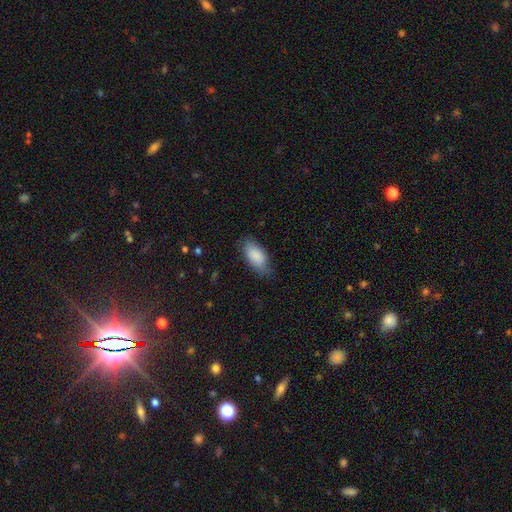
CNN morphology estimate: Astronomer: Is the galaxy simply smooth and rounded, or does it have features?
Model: smooth — 85%.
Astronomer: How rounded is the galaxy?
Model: in between — 93%.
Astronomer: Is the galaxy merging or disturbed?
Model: none — 70%.